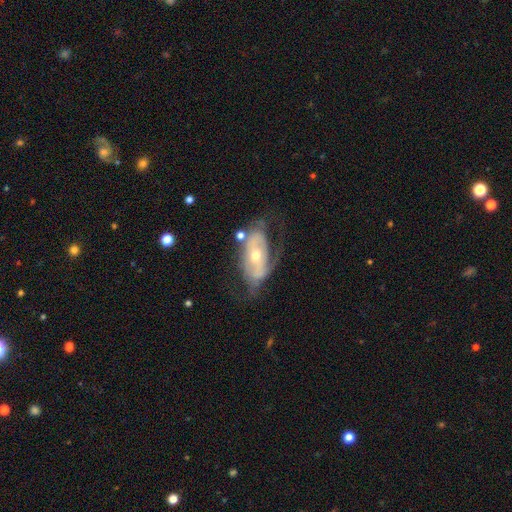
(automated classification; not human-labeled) Smooth or featured? featured or disk (73%)
Edge-on disk? no (90%)
Bar? no (58%)
Spiral arms? yes (63%)
Bulge size? moderate (53%)
Merging? none (47%)